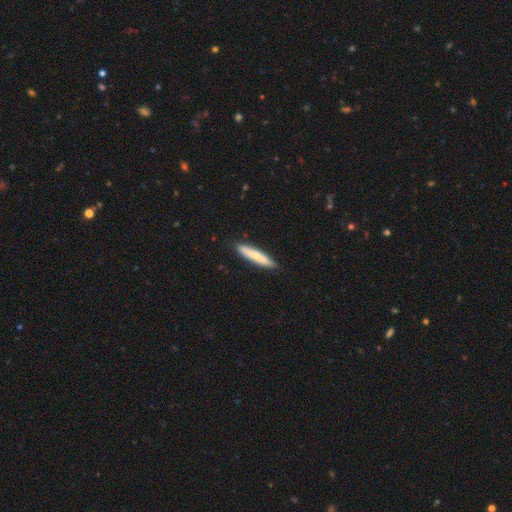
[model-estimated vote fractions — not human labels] Smooth or featured? smooth (73%)
How rounded? cigar-shaped (89%)
Merging? none (88%)